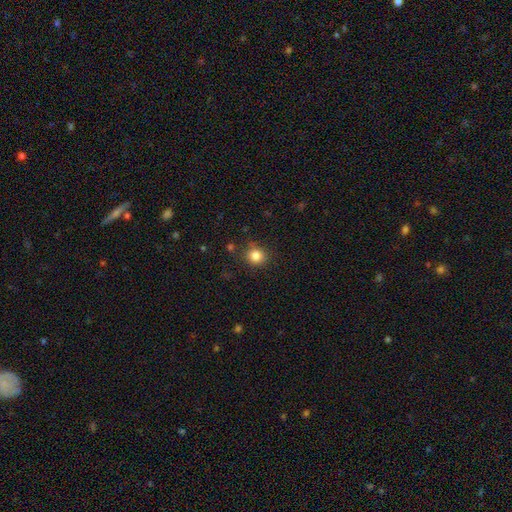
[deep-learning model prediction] A smooth galaxy with no disk features (84%) that is round (87%).

Vote fractions:
- Smooth or featured? smooth: 84% / star or artifact: 12% / featured or disk: 5%
- How rounded? round: 87% / in between: 12% / cigar-shaped: 1%
- Merging? none: 83% / minor disturbance: 11% / major disturbance: 3% / merger: 3%